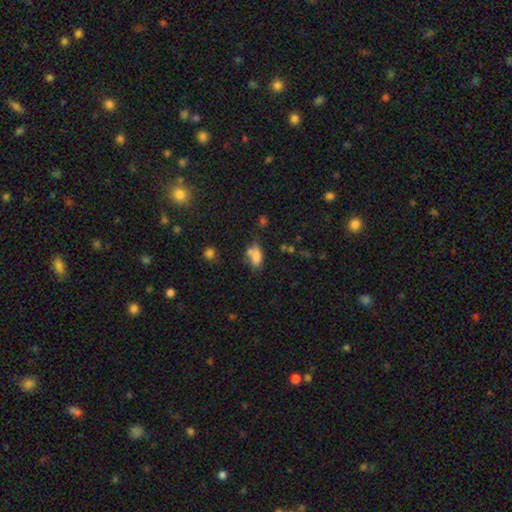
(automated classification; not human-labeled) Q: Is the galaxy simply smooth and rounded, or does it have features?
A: smooth — 77%.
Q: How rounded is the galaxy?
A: in between — 83%.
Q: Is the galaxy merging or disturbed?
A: none — 49%.